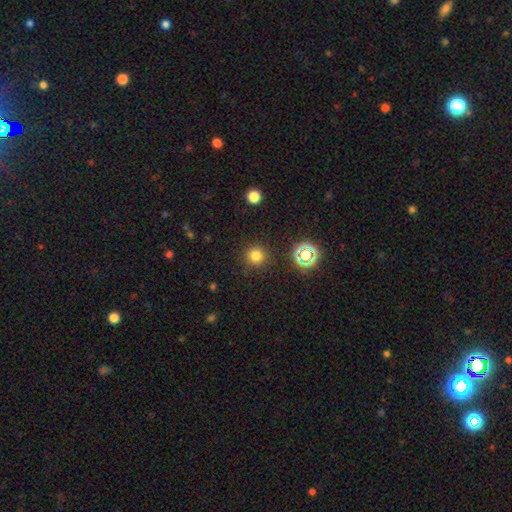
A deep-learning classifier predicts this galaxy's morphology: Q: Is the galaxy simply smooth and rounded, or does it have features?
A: smooth — 76%.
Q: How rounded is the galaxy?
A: round — 94%.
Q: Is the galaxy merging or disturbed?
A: none — 89%.